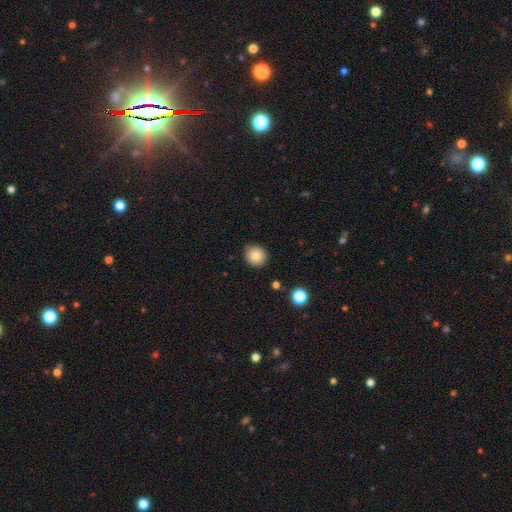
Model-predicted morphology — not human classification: The model was most divided on "smooth or featured": smooth: 84%, star or artifact: 10%, featured or disk: 7%. More confident: how rounded — round (88%); merging — none (87%).